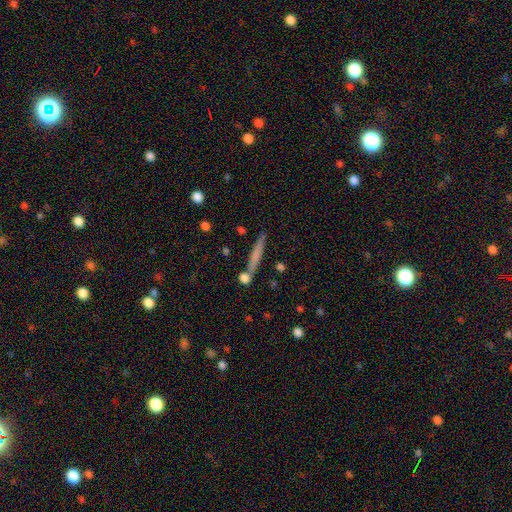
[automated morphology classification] smooth 57%, featured or disk 35%, star or artifact 8%. Down the decision tree: how rounded — cigar-shaped (94%); merging — none (79%).